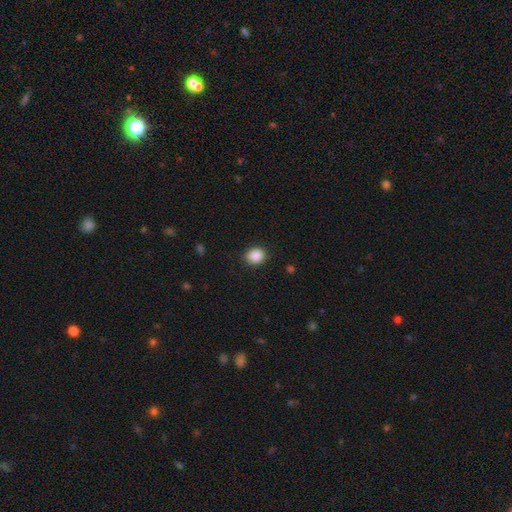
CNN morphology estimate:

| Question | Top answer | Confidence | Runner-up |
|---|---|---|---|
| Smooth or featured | smooth | 89% | star or artifact (8%) |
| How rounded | round | 63% | in between (36%) |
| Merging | none | 87% | minor disturbance (9%) |